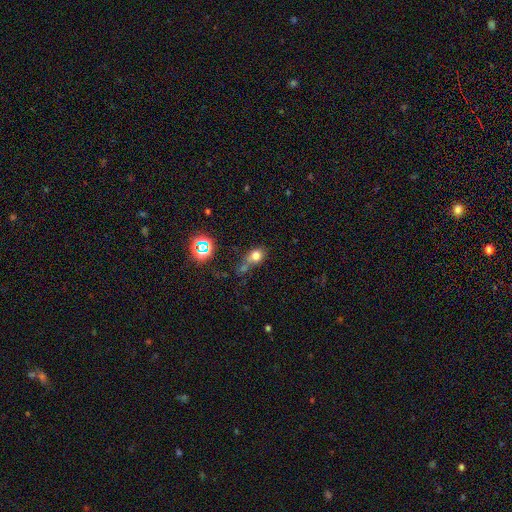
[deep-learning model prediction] This appears to be a smooth galaxy with no disk features (70%) that is round (63%). Merging: none (43%).